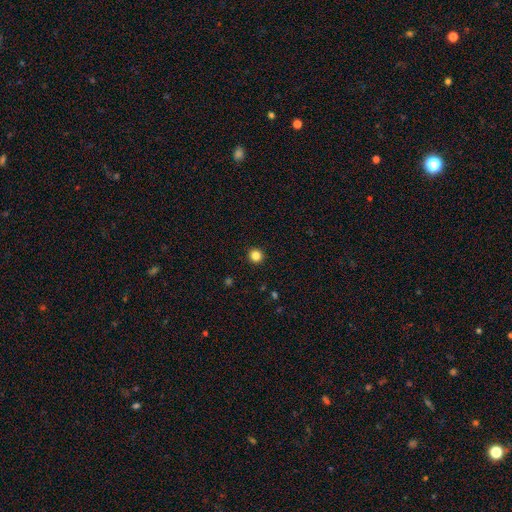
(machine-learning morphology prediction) Smooth or featured: smooth — 84% (star or artifact — 12%)
How rounded: round — 95% (in between — 4%)
Merging: none — 93% (minor disturbance — 4%)